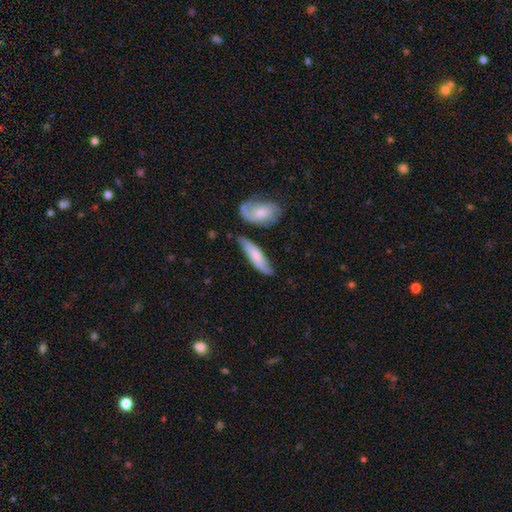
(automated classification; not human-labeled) This is likely a smooth galaxy (62%). How rounded: likely cigar-shaped (63%). Merging: likely none (64%).